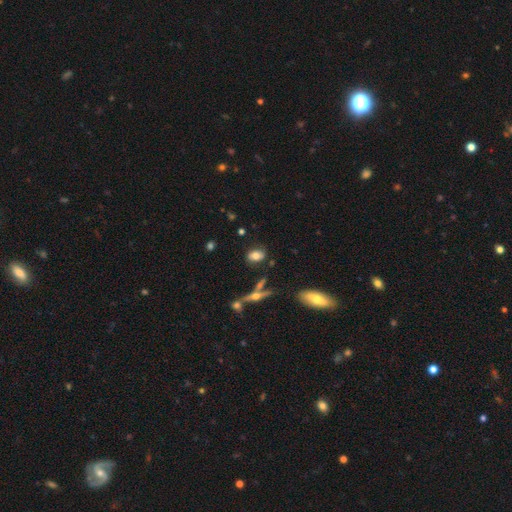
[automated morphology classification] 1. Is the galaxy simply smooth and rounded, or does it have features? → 68% smooth, 21% featured or disk, 11% star or artifact.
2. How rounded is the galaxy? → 76% in between, 21% round, 4% cigar-shaped.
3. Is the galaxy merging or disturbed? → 76% none, 14% minor disturbance, 6% merger, 4% major disturbance.